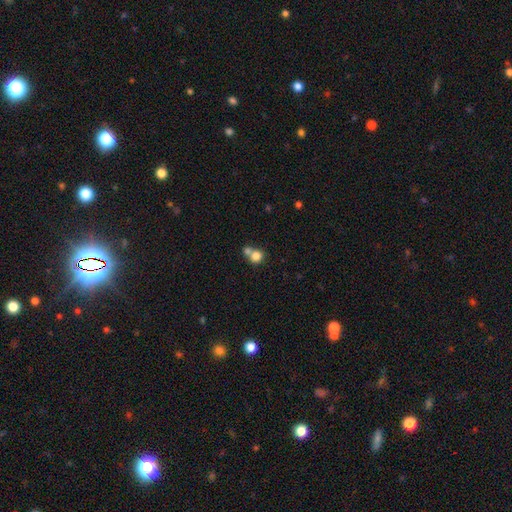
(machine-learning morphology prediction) Overall: smooth (80%). How rounded: round (83%). Merging: merger (50%; none 40%).